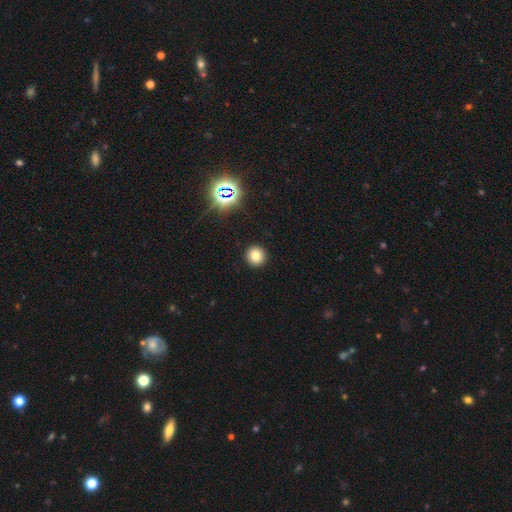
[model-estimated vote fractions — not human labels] Smooth or featured? smooth (78%)
How rounded? round (92%)
Merging? none (92%)